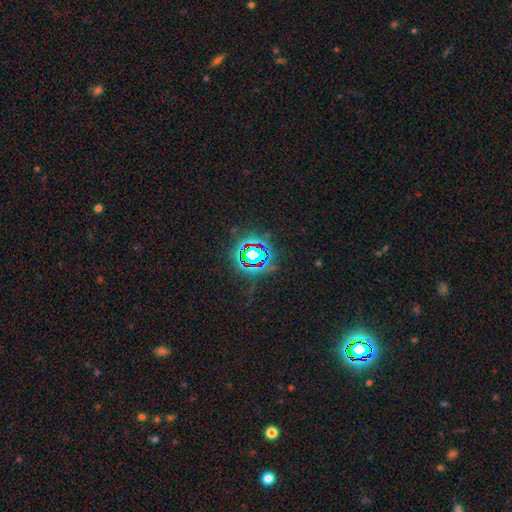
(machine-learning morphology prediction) smooth_or_featured: star or artifact (p=0.76) [alt: smooth p=0.13]